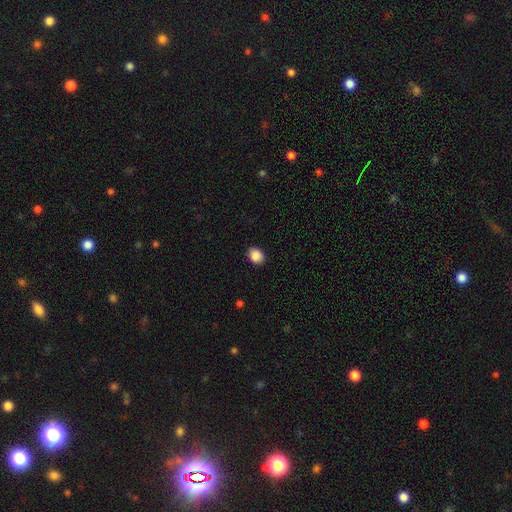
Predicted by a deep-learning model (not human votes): This appears to be a smooth galaxy with no disk features (88%) that is round (52%). Merging: none (90%).